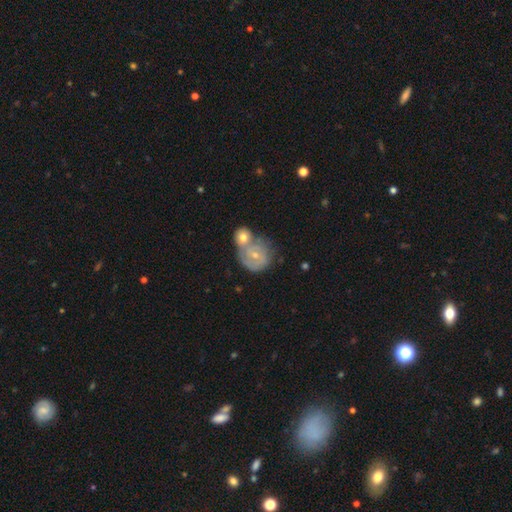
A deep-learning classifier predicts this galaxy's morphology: A featured or disk galaxy (53%) with no bar (71%), spiral arms (59%) and a small central bulge (54%).

Vote fractions:
- Smooth or featured? featured or disk: 53% / smooth: 40% / star or artifact: 7%
- Edge-on disk? no: 97% / yes: 3%
- Bar? no: 71% / weak: 24% / strong: 5%
- Spiral arms? yes: 59% / no: 41%
- Bulge size? small: 54% / moderate: 42% / none: 2% / large: 2% / dominant: 1%
- Merging? merger: 62% / none: 22% / minor disturbance: 10% / major disturbance: 5%